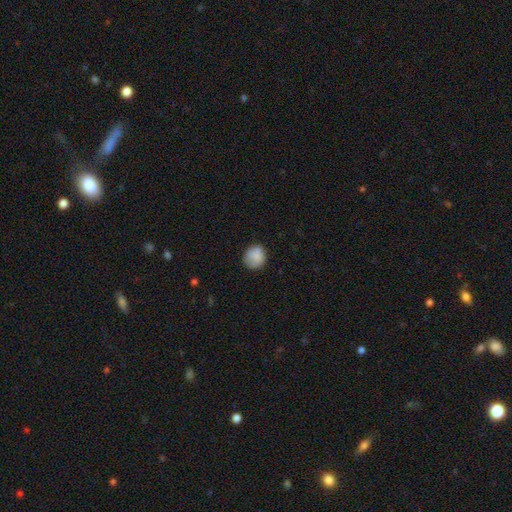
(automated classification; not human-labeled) Smooth or featured? Predicted: smooth (p=0.83). How rounded? Predicted: round (p=0.77). Merging? Predicted: none (p=0.71).